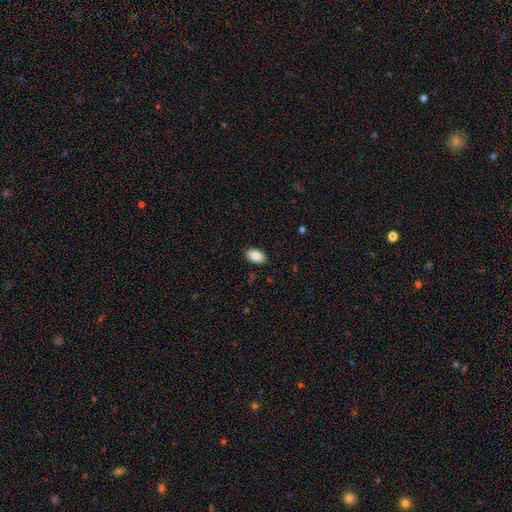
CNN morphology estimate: Smooth or featured? Predicted: smooth (p=0.89). How rounded? Predicted: in between (p=0.93). Merging? Predicted: none (p=0.89).